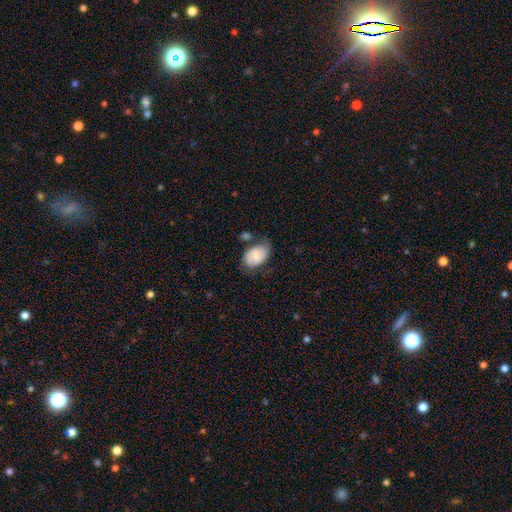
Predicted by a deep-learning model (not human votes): smooth 66%, featured or disk 26%, star or artifact 7%. Down the decision tree: how rounded — in between (86%); merging — none (52%).